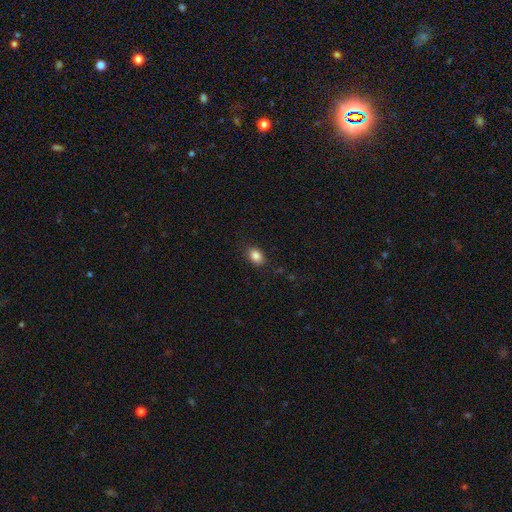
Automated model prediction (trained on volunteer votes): Smooth or featured: smooth — 86% (star or artifact — 9%)
How rounded: in between — 77% (round — 22%)
Merging: none — 87% (minor disturbance — 10%)